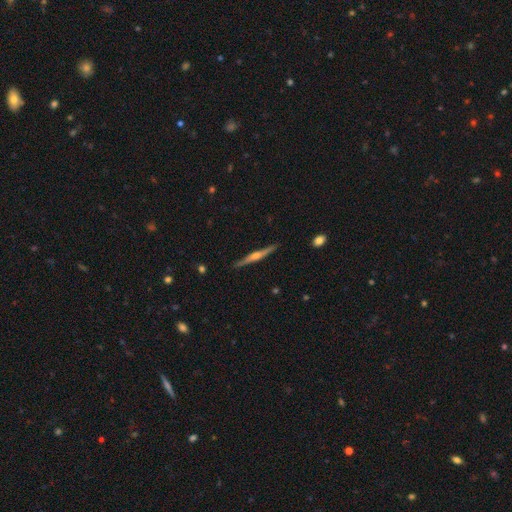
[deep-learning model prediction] smooth-or-featured: featured or disk: 78% | smooth: 17% | star or artifact: 5%
  disk-edge-on: yes: 98% | no: 2%
    edge-on-bulge: rounded: 84% | boxy: 8% | none: 8%
  merging: none: 91% | minor disturbance: 7% | major disturbance: 1% | merger: 1%